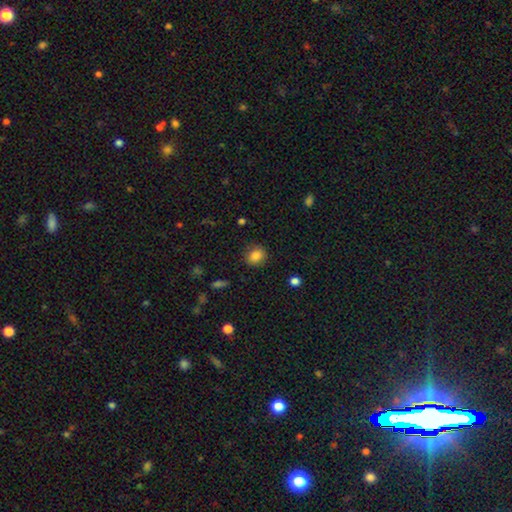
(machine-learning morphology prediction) smooth_or_featured: smooth (p=0.84) [alt: star or artifact p=0.10]
how_rounded: round (p=0.67) [alt: in between p=0.31]
merging: none (p=0.85) [alt: minor disturbance p=0.11]